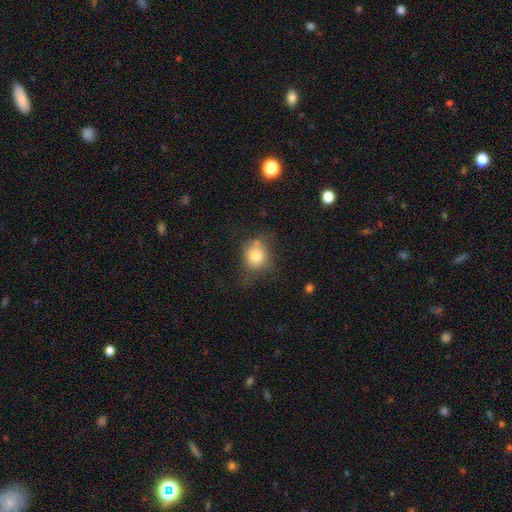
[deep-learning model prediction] Smooth or featured? Predicted: smooth (p=0.77). How rounded? Predicted: round (p=0.74). Merging? Predicted: none (p=0.55).